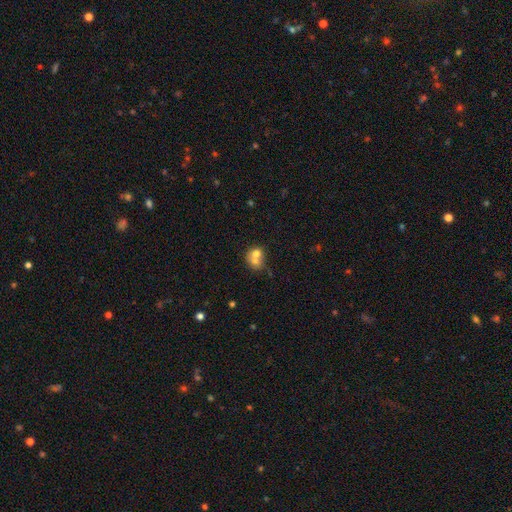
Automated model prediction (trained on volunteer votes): This appears to be a smooth galaxy with no disk features (67%) that is round (67%). Merging: merger (64%).